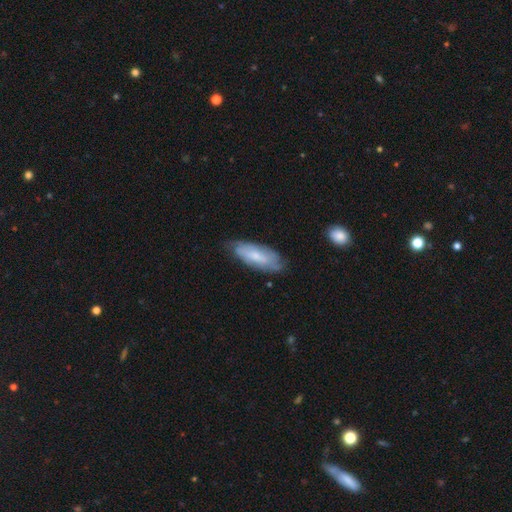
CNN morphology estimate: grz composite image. It shows a smooth galaxy with no disk features (51%) that is in between round and cigar-shaped (69%). Merging: none (67%).